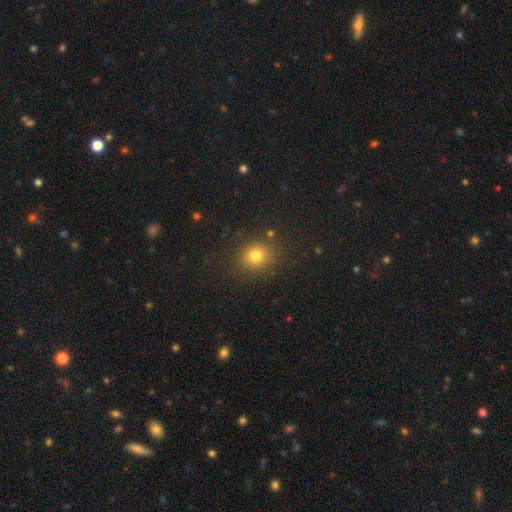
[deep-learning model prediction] Smooth or featured?
  - smooth: 77% *
  - star or artifact: 16%
  - featured or disk: 7%
How rounded?
  - round: 78% *
  - in between: 21%
  - cigar-shaped: 1%
Merging?
  - none: 84% *
  - minor disturbance: 10%
  - major disturbance: 4%
  - merger: 2%